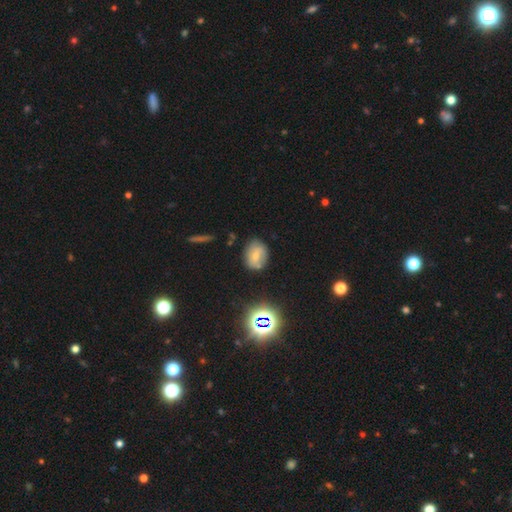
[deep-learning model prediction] Smooth or featured? Predicted: smooth (p=0.60). How rounded? Predicted: in between (p=0.62). Merging? Predicted: none (p=0.70).